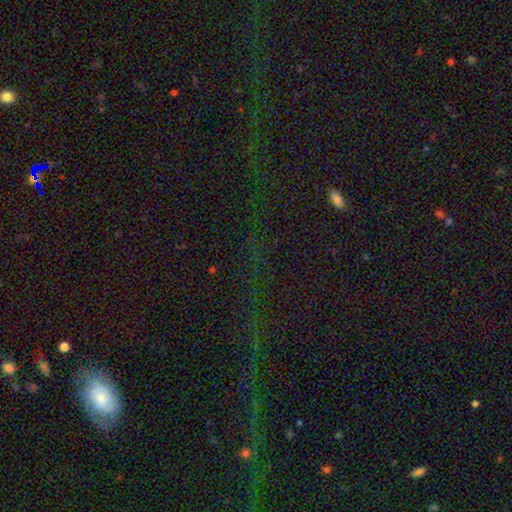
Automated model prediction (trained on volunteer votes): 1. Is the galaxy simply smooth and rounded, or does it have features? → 70% star or artifact, 18% smooth, 12% featured or disk.